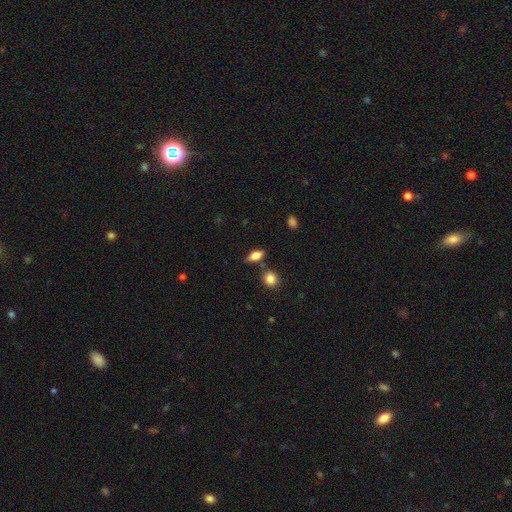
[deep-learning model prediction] This is likely a smooth galaxy (77%). How rounded: clearly in between (81%). Merging: likely none (72%).